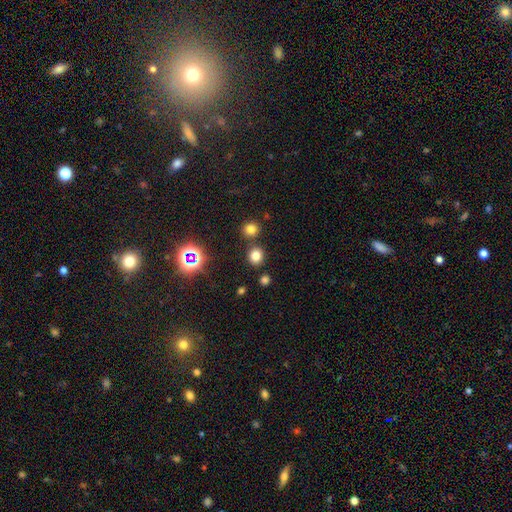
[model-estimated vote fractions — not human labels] smooth 75%, star or artifact 19%, featured or disk 6%. Down the decision tree: how rounded — round (77%); merging — none (80%).